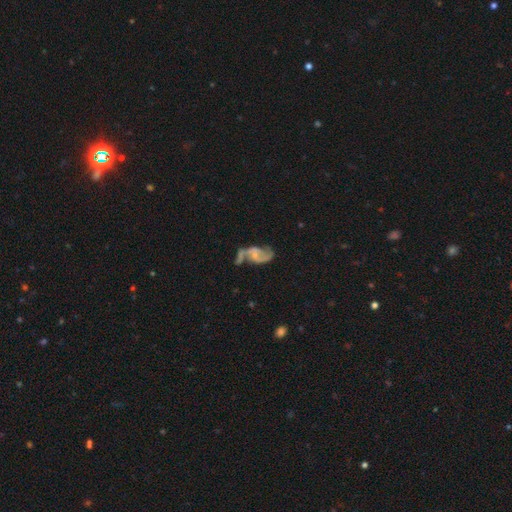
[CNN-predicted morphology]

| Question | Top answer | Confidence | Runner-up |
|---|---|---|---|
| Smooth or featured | featured or disk | 81% | smooth (12%) |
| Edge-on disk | no | 97% | yes (3%) |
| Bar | no | 48% | weak (41%) |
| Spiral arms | yes | 90% | no (10%) |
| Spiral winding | loose | 52% | medium (37%) |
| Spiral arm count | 2 | 86% | can't tell (5%) |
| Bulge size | small | 57% | moderate (25%) |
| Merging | none | 39% | major disturbance (22%) |